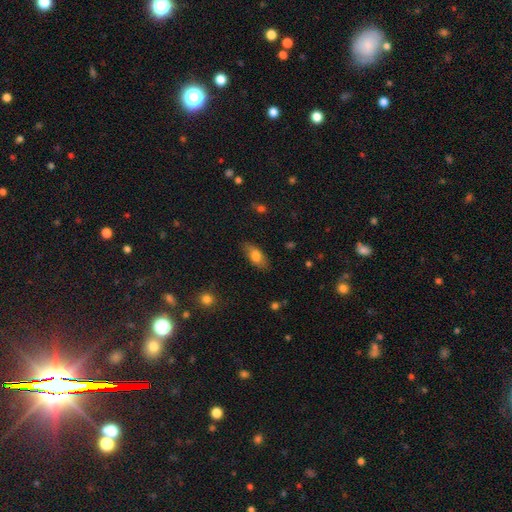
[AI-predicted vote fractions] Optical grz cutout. It shows a smooth galaxy with no disk features (76%) that is in between round and cigar-shaped (85%). Merging: none (81%).